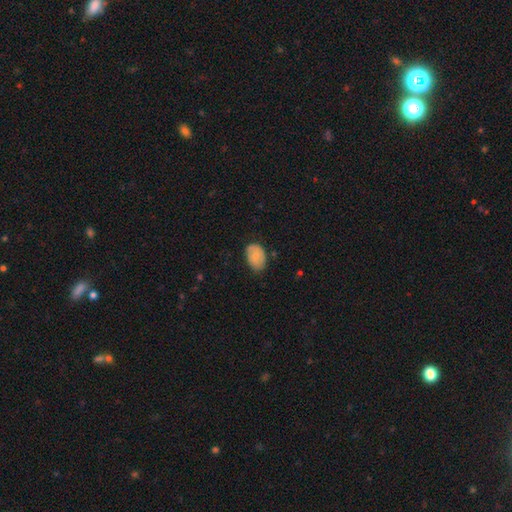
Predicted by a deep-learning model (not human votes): Morphology: type=smooth (72%); roundness=in between (84%); merging=none (67%).